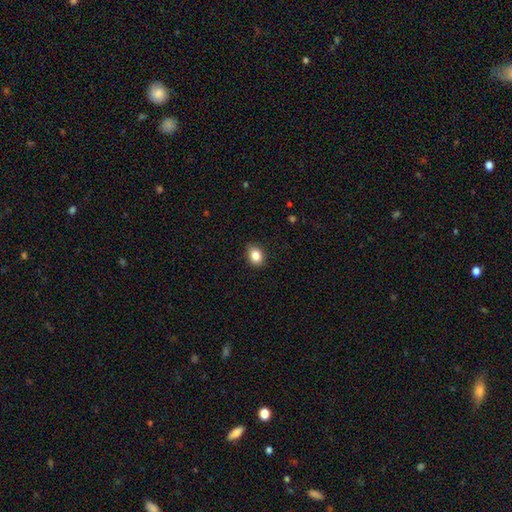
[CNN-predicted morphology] A smooth galaxy with no disk features (84%) that is in between round and cigar-shaped (60%).

Vote fractions:
- Smooth or featured? smooth: 84% / star or artifact: 9% / featured or disk: 6%
- How rounded? in between: 60% / round: 39% / cigar-shaped: 1%
- Merging? none: 86% / minor disturbance: 11% / major disturbance: 2% / merger: 1%